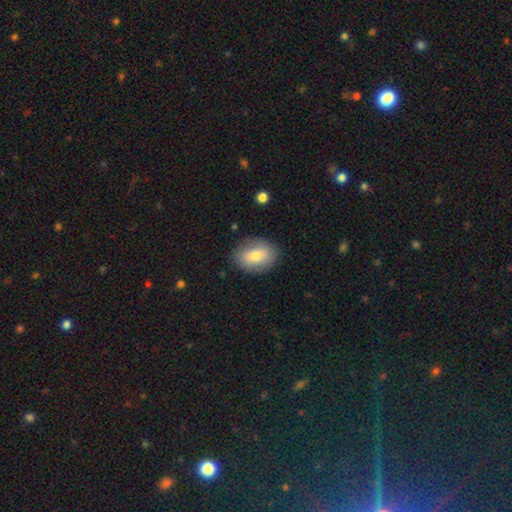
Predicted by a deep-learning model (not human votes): A smooth galaxy with no disk features (73%) that is in between round and cigar-shaped (73%).

Vote fractions:
- Smooth or featured? smooth: 73% / featured or disk: 20% / star or artifact: 7%
- How rounded? in between: 73% / round: 26% / cigar-shaped: 1%
- Merging? none: 85% / minor disturbance: 11% / major disturbance: 3% / merger: 1%